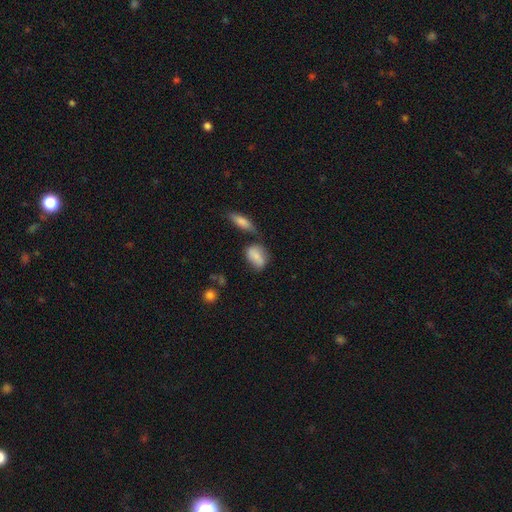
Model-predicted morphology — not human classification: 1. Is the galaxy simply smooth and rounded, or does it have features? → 78% smooth, 14% featured or disk, 8% star or artifact.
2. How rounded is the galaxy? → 80% in between, 15% round, 5% cigar-shaped.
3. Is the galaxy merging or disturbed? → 54% none, 23% minor disturbance, 17% merger, 7% major disturbance.